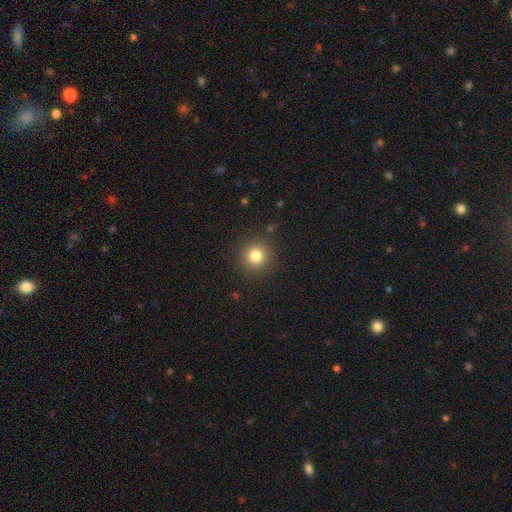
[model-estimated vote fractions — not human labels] smooth_or_featured: smooth (p=0.81) [alt: star or artifact p=0.13]
how_rounded: round (p=0.93) [alt: in between p=0.06]
merging: none (p=0.90) [alt: minor disturbance p=0.06]